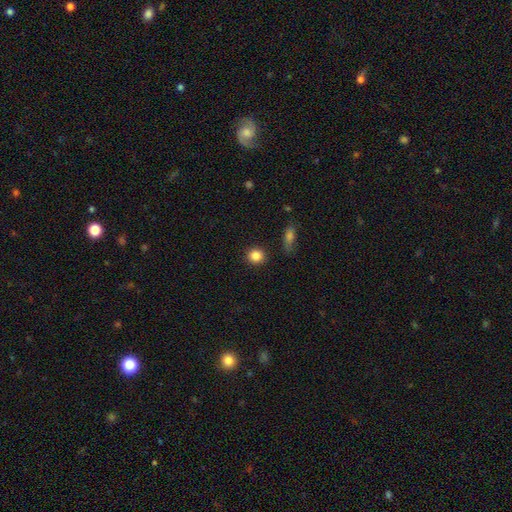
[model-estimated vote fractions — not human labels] smooth_or_featured: smooth (p=0.86) [alt: star or artifact p=0.10]
how_rounded: round (p=0.89) [alt: in between p=0.10]
merging: none (p=0.89) [alt: minor disturbance p=0.07]